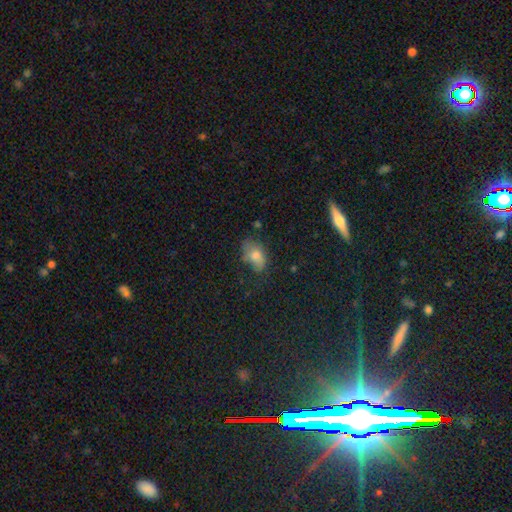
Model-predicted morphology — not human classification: The model was most divided on "merging": none: 53%, minor disturbance: 31%, major disturbance: 12%, merger: 3%. More confident: how rounded — in between (86%); smooth or featured — smooth (70%).